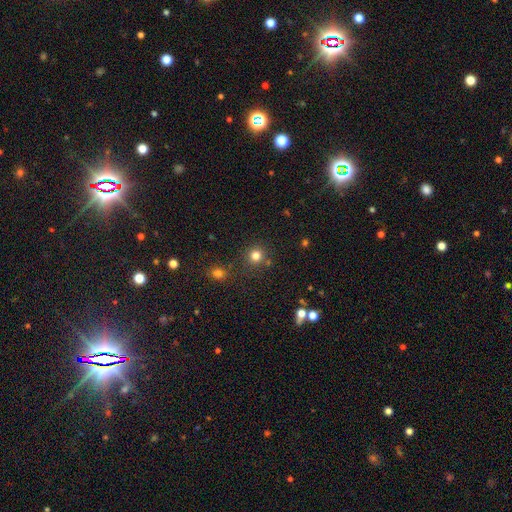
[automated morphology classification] smooth 79%, star or artifact 16%, featured or disk 5%. Down the decision tree: how rounded — round (92%); merging — none (81%).